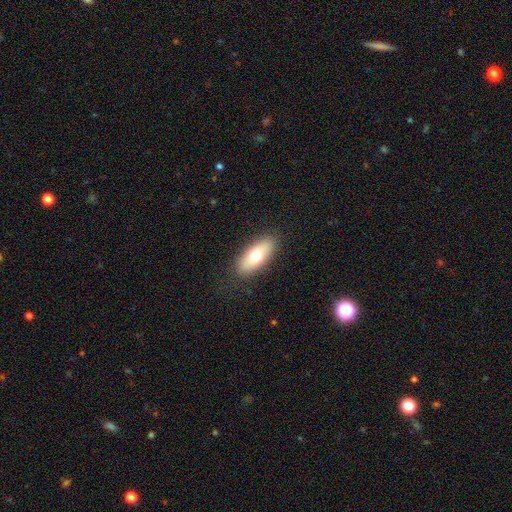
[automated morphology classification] A smooth galaxy with no disk features (71%) that is in between round and cigar-shaped (82%). Merging: none (86%).